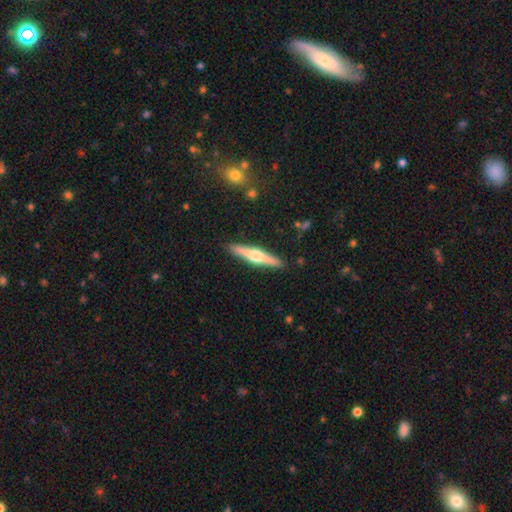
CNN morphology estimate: smooth_or_featured: featured or disk (p=0.69) [alt: smooth p=0.26]
disk_edge_on: yes (p=0.97) [alt: no p=0.03]
edge_on_bulge: rounded (p=0.93) [alt: boxy p=0.05]
merging: none (p=0.90) [alt: minor disturbance p=0.07]